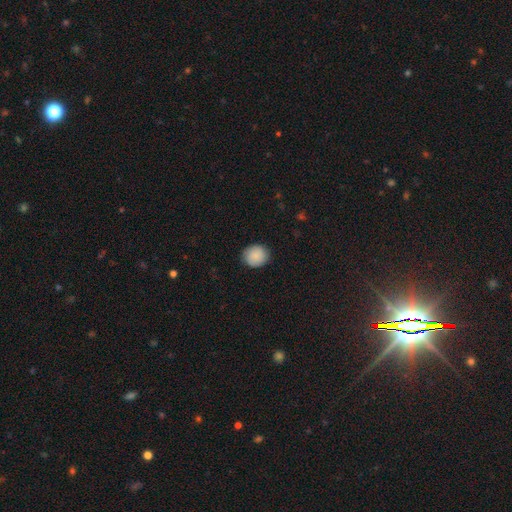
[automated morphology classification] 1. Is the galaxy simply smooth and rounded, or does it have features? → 85% smooth, 8% featured or disk, 7% star or artifact.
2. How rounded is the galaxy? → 81% round, 18% in between, 1% cigar-shaped.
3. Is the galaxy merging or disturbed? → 86% none, 10% minor disturbance, 2% major disturbance, 1% merger.